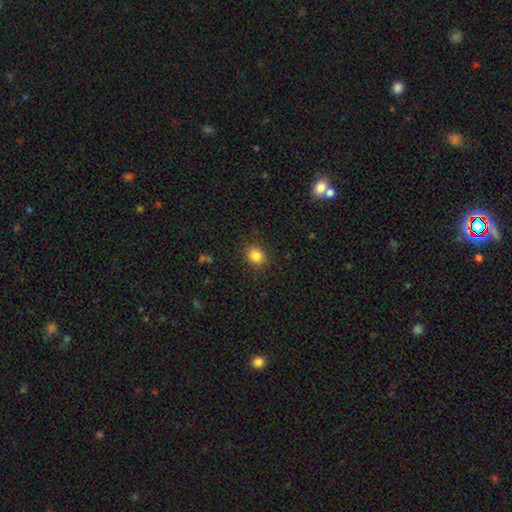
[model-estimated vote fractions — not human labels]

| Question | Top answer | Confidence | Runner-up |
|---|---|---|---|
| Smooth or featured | smooth | 85% | star or artifact (10%) |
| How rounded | round | 68% | in between (31%) |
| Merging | none | 87% | minor disturbance (9%) |